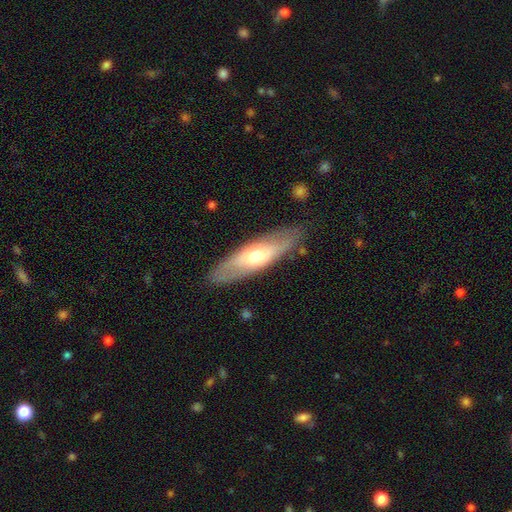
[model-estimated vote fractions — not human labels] Smooth or featured?
  - featured or disk: 50% *
  - smooth: 45%
  - star or artifact: 5%
Merging?
  - none: 84% *
  - minor disturbance: 11%
  - major disturbance: 3%
  - merger: 1%